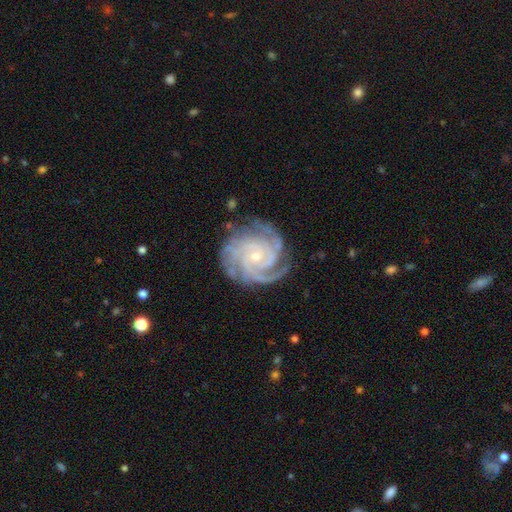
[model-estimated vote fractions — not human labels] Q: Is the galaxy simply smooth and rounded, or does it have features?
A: featured or disk — 91%.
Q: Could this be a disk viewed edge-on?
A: no — 98%.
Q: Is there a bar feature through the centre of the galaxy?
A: no — 73%.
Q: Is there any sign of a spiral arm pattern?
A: yes — 99%.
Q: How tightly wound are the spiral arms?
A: tight — 75%.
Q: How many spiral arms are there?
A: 3 — 34%.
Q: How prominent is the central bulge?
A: small — 77%.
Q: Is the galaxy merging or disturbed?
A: none — 77%.